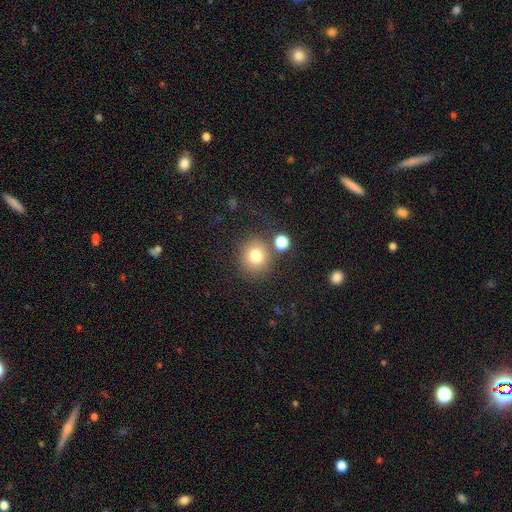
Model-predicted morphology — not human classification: The model was most divided on "smooth or featured": smooth: 78%, star or artifact: 12%, featured or disk: 9%. More confident: how rounded — round (87%); merging — none (77%).